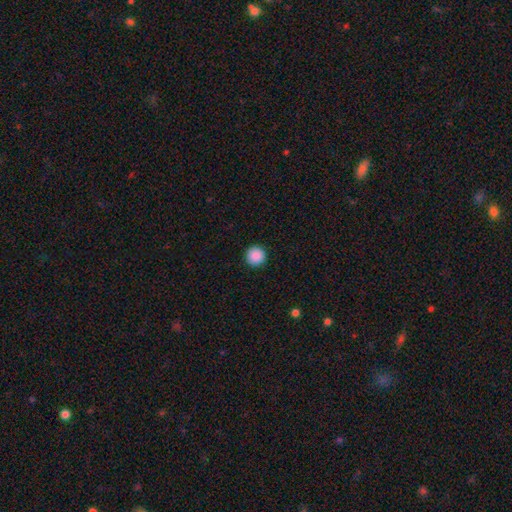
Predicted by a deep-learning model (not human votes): smooth 89%, star or artifact 8%, featured or disk 3%. Down the decision tree: how rounded — round (96%); merging — none (93%).